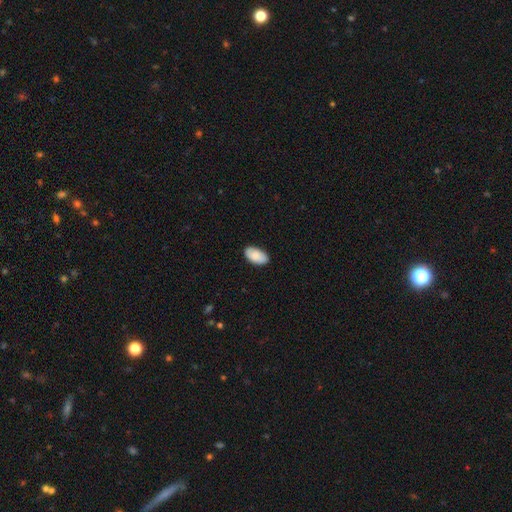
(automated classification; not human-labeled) Overall: smooth (86%). How rounded: in between (95%). Merging: none (86%).